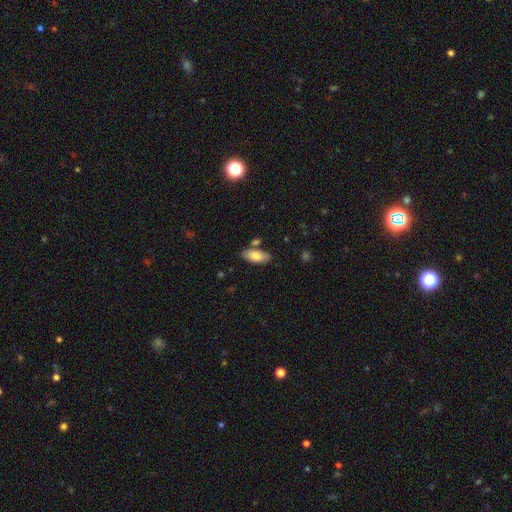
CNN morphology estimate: Smooth or featured? Predicted: smooth (p=0.80). How rounded? Predicted: in between (p=0.87). Merging? Predicted: none (p=0.78).